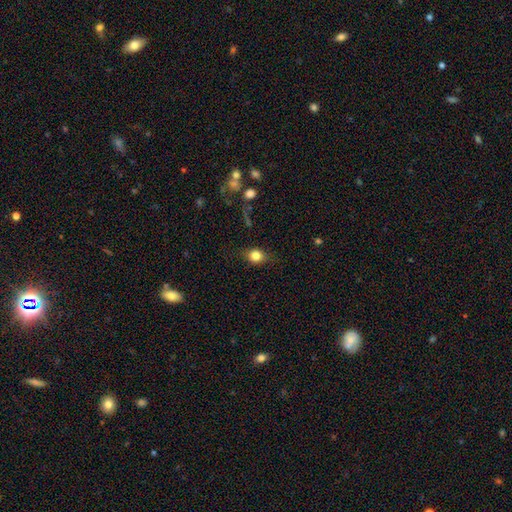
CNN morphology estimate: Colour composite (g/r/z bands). It shows a smooth galaxy with no disk features (79%) that is round (53%). Merging: none (79%).